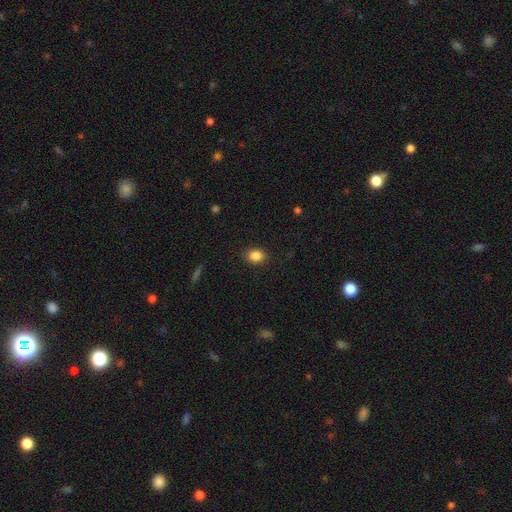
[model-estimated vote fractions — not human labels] Smooth or featured? smooth (86%)
How rounded? in between (58%)
Merging? none (88%)